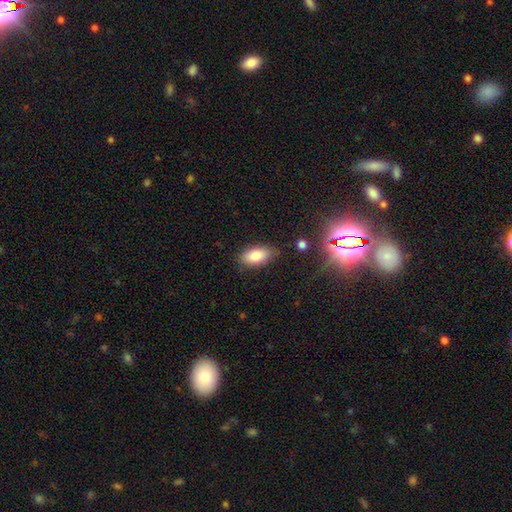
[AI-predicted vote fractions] smooth_or_featured: smooth (p=0.83) [alt: featured or disk p=0.09]
how_rounded: in between (p=0.90) [alt: cigar-shaped p=0.06]
merging: none (p=0.78) [alt: minor disturbance p=0.16]